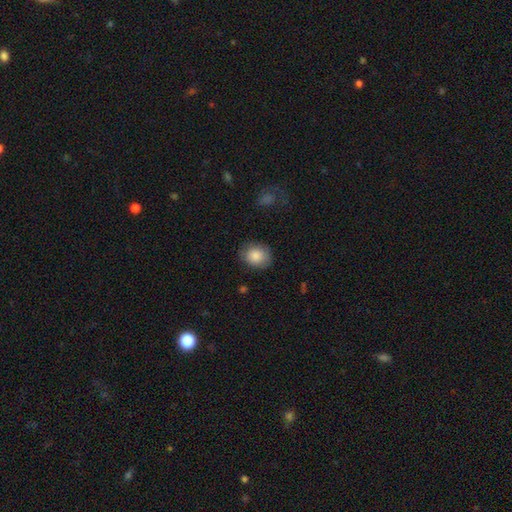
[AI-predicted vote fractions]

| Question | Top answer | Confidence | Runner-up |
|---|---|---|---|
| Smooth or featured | smooth | 85% | featured or disk (8%) |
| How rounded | round | 61% | in between (38%) |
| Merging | none | 78% | minor disturbance (16%) |